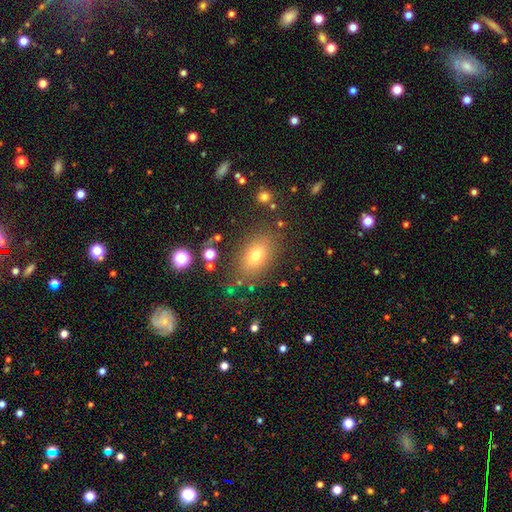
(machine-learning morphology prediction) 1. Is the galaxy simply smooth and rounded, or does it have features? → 75% smooth, 13% star or artifact, 12% featured or disk.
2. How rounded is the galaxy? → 81% in between, 16% round, 3% cigar-shaped.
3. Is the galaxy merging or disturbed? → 82% none, 11% minor disturbance, 4% major disturbance, 3% merger.